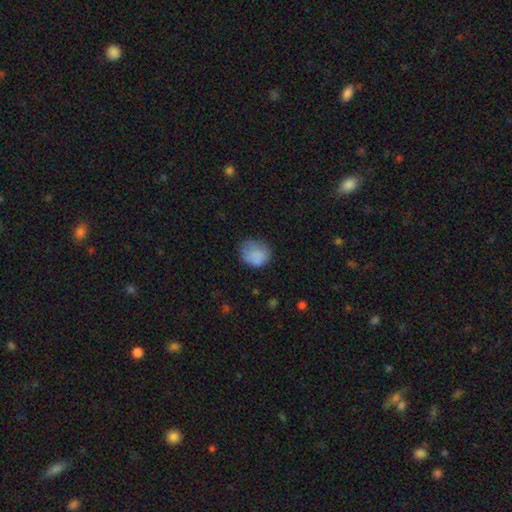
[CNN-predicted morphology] Overall: smooth (82%). How rounded: round (68%; in between 31%). Merging: none (61%; minor disturbance 27%).